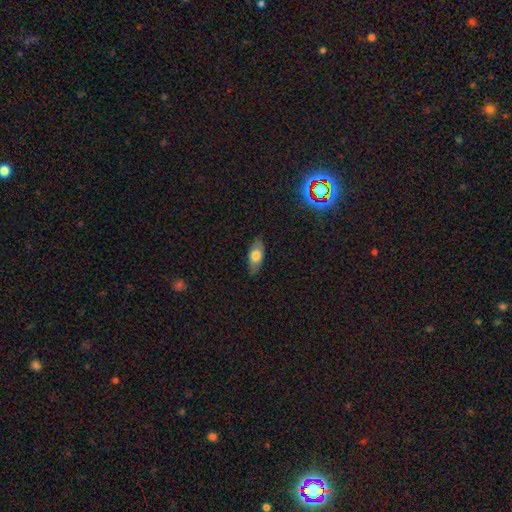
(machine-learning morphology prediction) This is likely a smooth galaxy (69%). How rounded: clearly in between (81%). Merging: clearly none (82%).